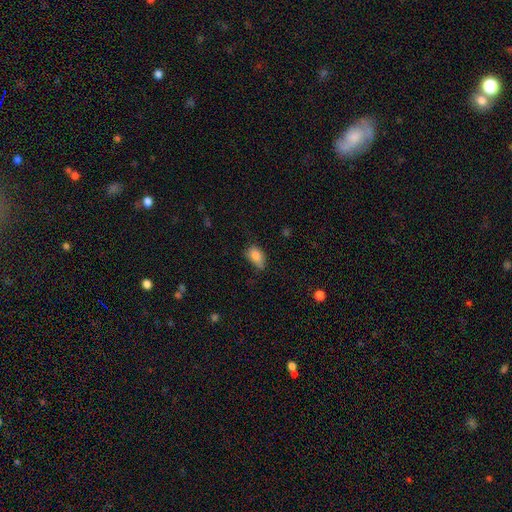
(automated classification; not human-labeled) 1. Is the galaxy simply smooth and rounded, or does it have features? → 84% smooth, 8% star or artifact, 8% featured or disk.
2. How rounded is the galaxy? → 86% in between, 12% round, 2% cigar-shaped.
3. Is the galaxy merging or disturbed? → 53% none, 36% minor disturbance, 9% major disturbance, 2% merger.